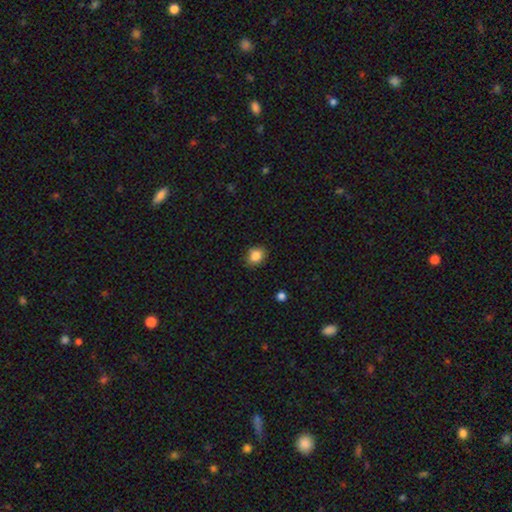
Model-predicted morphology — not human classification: smooth_or_featured: smooth (p=0.85) [alt: star or artifact p=0.10]
how_rounded: round (p=0.64) [alt: in between p=0.35]
merging: none (p=0.87) [alt: minor disturbance p=0.09]